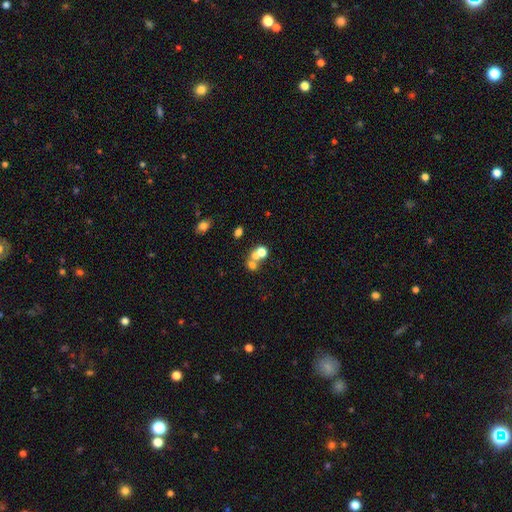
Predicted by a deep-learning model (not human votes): A smooth galaxy with no disk features (61%) that is round (69%). Merging: merger (57%).